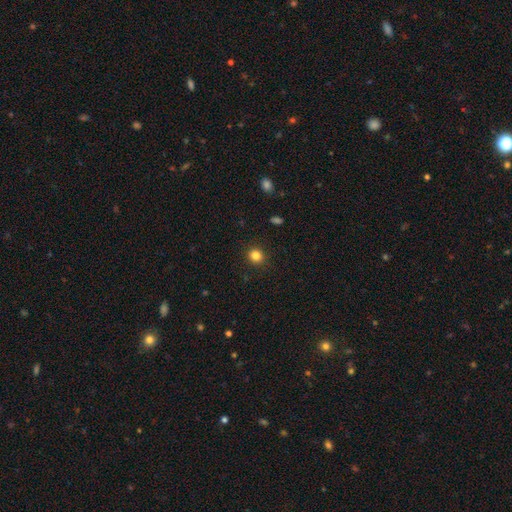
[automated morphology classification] A smooth galaxy with no disk features (83%) that is round (85%). Merging: none (91%).